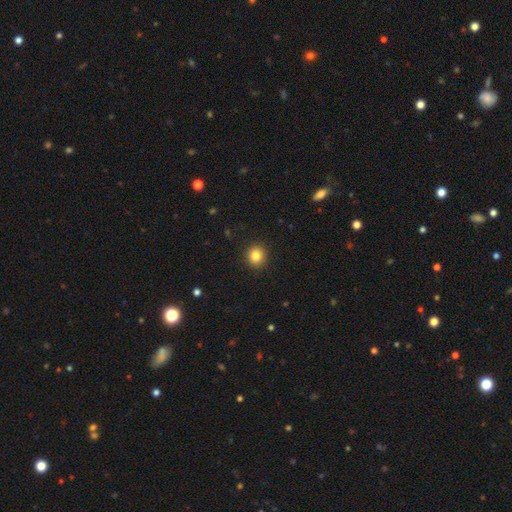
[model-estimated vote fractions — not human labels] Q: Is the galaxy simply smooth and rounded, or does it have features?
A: smooth — 84%.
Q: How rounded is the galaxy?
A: round — 86%.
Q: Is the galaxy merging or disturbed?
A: none — 91%.